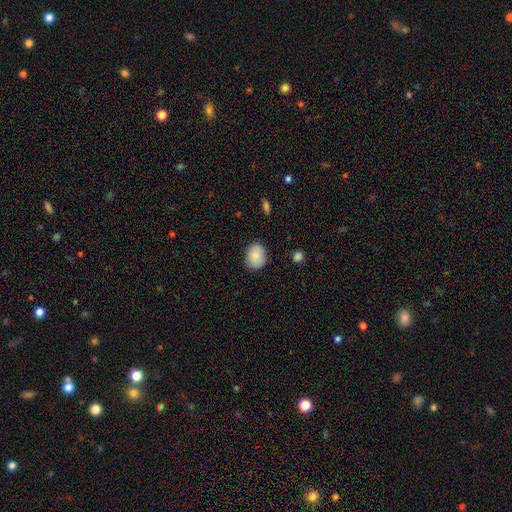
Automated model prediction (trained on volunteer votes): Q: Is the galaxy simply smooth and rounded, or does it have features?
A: smooth — 86%.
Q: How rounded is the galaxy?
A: in between — 53%.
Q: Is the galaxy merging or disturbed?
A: none — 81%.